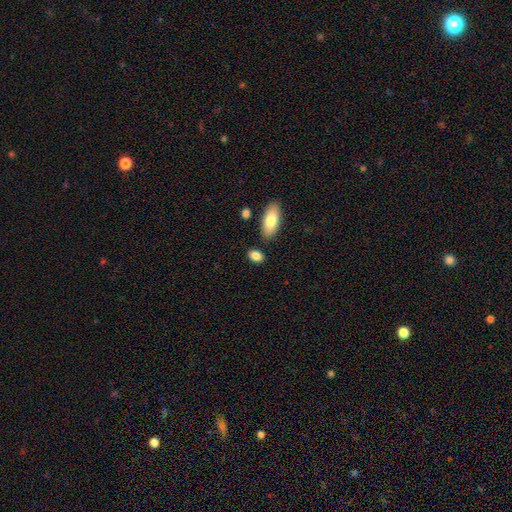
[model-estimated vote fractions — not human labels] This is clearly a smooth galaxy (86%). How rounded: clearly in between (83%). Merging: likely none (77%).